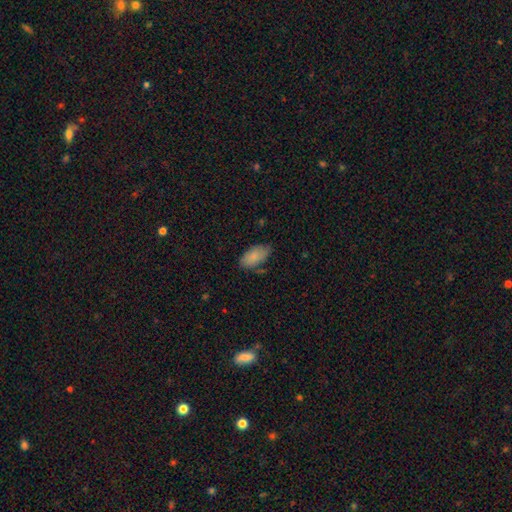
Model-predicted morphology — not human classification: Smooth or featured?
  - smooth: 85% *
  - featured or disk: 8%
  - star or artifact: 7%
How rounded?
  - in between: 94% *
  - cigar-shaped: 3%
  - round: 3%
Merging?
  - none: 73% *
  - minor disturbance: 20%
  - major disturbance: 4%
  - merger: 3%